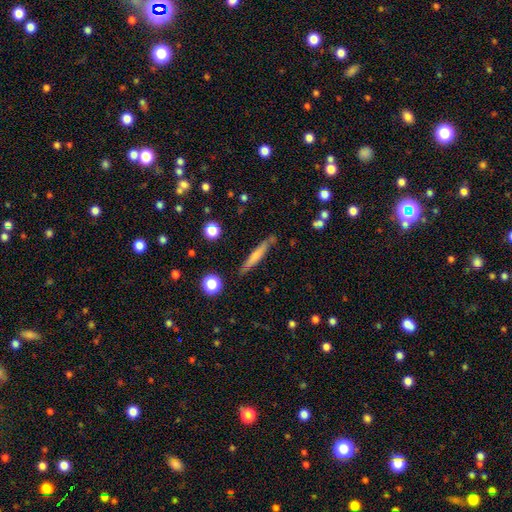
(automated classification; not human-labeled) Smooth or featured: smooth — 60% (featured or disk — 32%)
How rounded: cigar-shaped — 92% (in between — 6%)
Merging: none — 81% (minor disturbance — 13%)